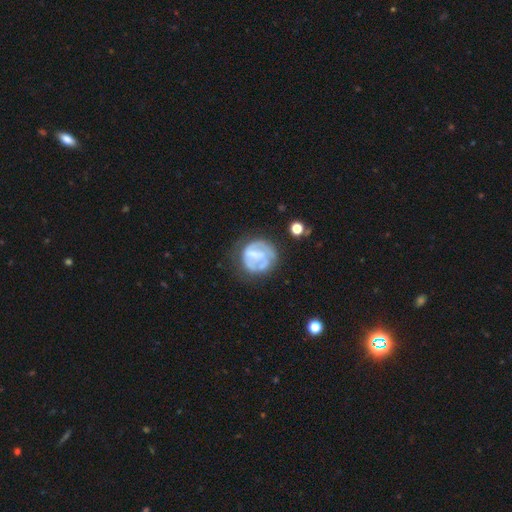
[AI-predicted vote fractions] Overall: featured or disk (61%; smooth 31%). Edge-on disk: no (98%). Bar: no (42%; weak 36%). Spiral arms: yes (53%; no 47%). Bulge size: none (50%; small 27%). Merging: none (51%; minor disturbance 24%).